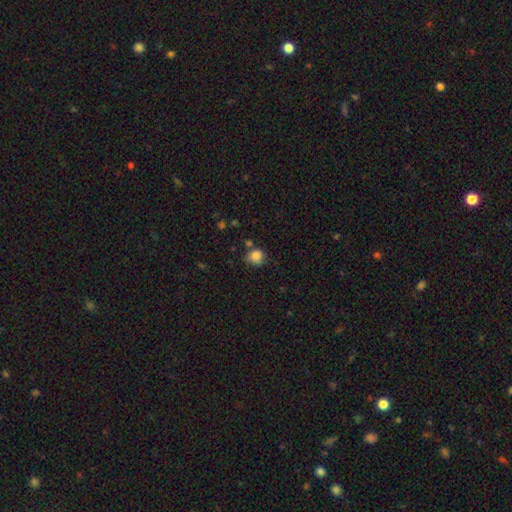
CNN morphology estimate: Smooth or featured: smooth — 83% (star or artifact — 10%)
How rounded: round — 74% (in between — 25%)
Merging: none — 57% (minor disturbance — 26%)